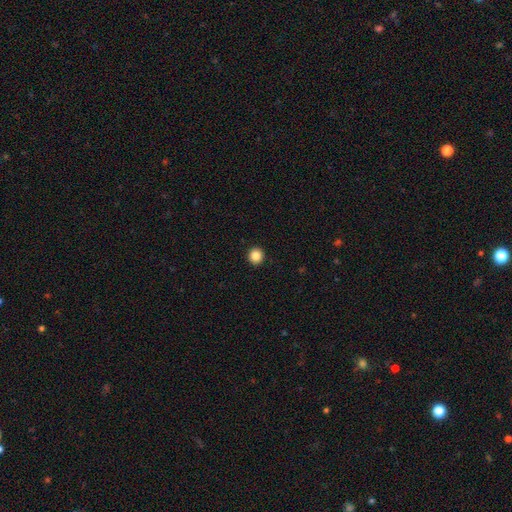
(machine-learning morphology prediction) A smooth galaxy with no disk features (85%) that is round (95%).

Vote fractions:
- Smooth or featured? smooth: 85% / star or artifact: 10% / featured or disk: 4%
- How rounded? round: 95% / in between: 4% / cigar-shaped: 1%
- Merging? none: 94% / minor disturbance: 4% / major disturbance: 1% / merger: 1%